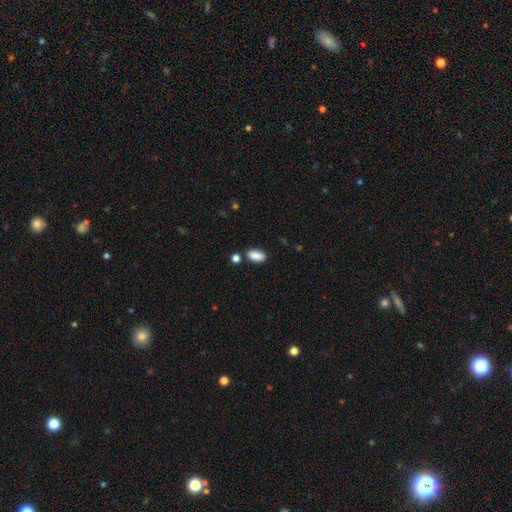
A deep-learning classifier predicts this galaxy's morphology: Smooth or featured?
  - smooth: 88% *
  - star or artifact: 8%
  - featured or disk: 5%
How rounded?
  - in between: 87% *
  - cigar-shaped: 9%
  - round: 4%
Merging?
  - none: 80% *
  - minor disturbance: 12%
  - merger: 6%
  - major disturbance: 3%